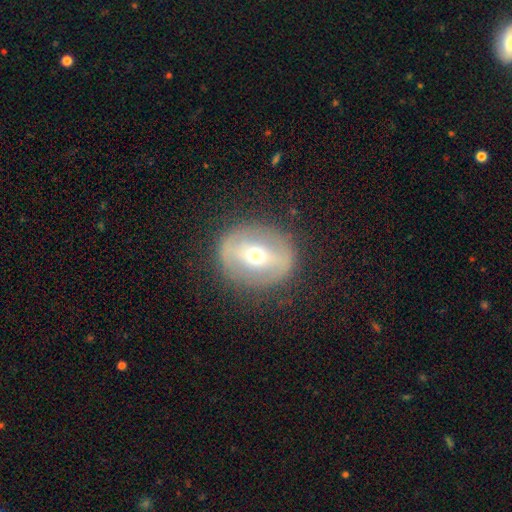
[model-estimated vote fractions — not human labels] featured or disk 60%, smooth 32%, star or artifact 8%. Down the decision tree: edge-on disk — no (91%); bar — strong (48%); spiral arms — no (71%); bulge size — moderate (59%); merging — none (83%).